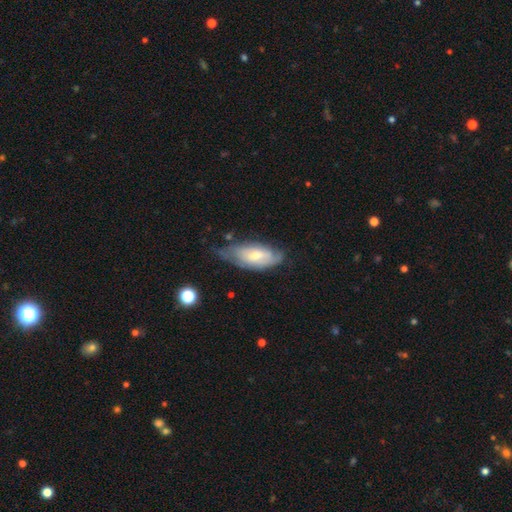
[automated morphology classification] type=smooth (47%); merging=none (42%).